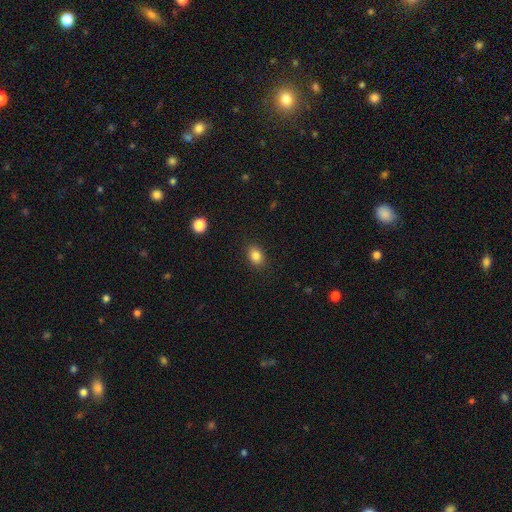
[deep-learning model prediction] Smooth or featured: smooth — 84% (star or artifact — 10%)
How rounded: in between — 68% (round — 31%)
Merging: none — 88% (minor disturbance — 8%)